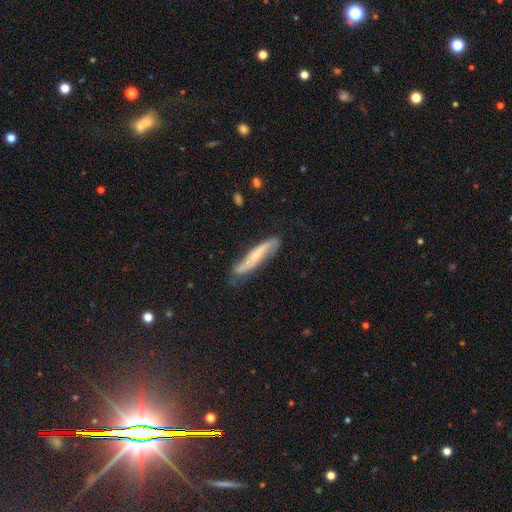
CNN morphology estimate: This is likely a featured or disk galaxy (63%). It is possibly not viewed edge-on (54%). Merging: likely none (71%).